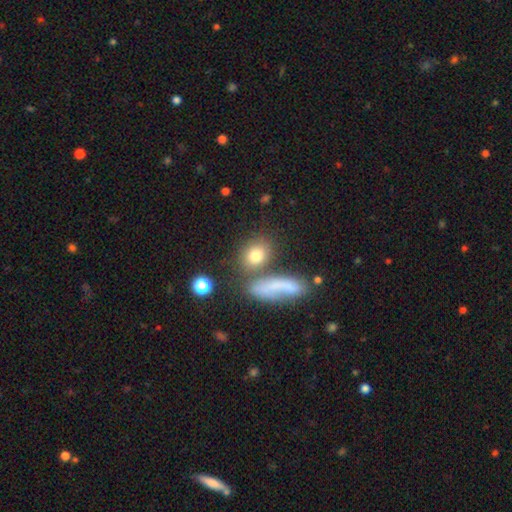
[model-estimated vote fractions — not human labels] This is likely a smooth galaxy (77%). How rounded: possibly round (52%). Merging: likely none (64%).